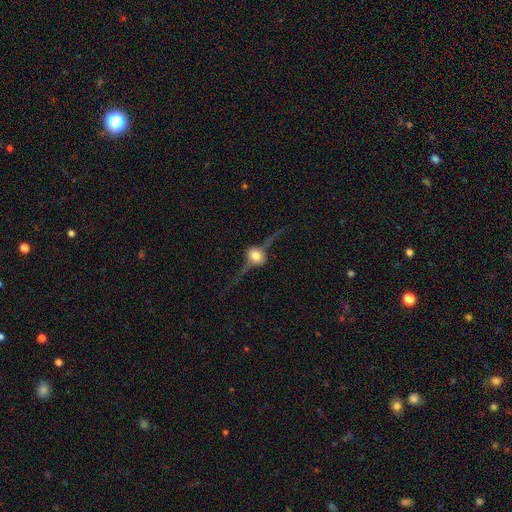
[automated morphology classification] smooth-or-featured: featured or disk: 82% | smooth: 10% | star or artifact: 7%
  disk-edge-on: yes: 90% | no: 10%
    edge-on-bulge: rounded: 96% | boxy: 3% | none: 1%
  merging: none: 75% | minor disturbance: 14% | major disturbance: 8% | merger: 2%